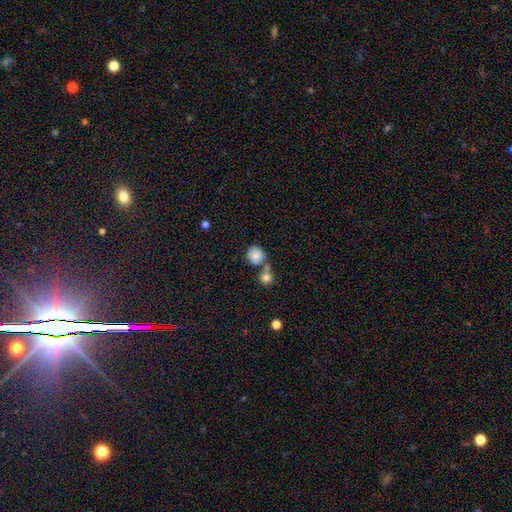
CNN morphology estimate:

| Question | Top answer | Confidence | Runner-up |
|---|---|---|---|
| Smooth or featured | smooth | 83% | star or artifact (9%) |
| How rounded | round | 82% | in between (17%) |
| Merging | none | 54% | merger (29%) |